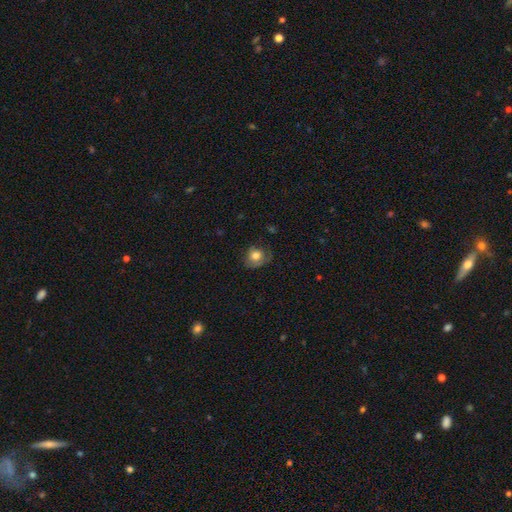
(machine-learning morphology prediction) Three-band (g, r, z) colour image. It shows a smooth galaxy with no disk features (73%) that is round (61%). Merging: none (50%).